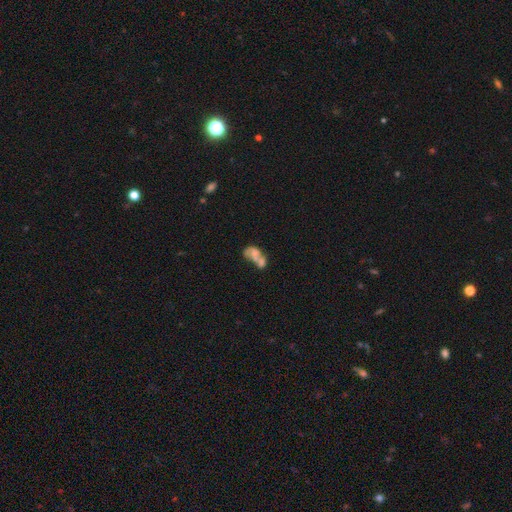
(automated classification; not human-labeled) Overall: smooth (50%; featured or disk 39%). Merging: merger (67%).